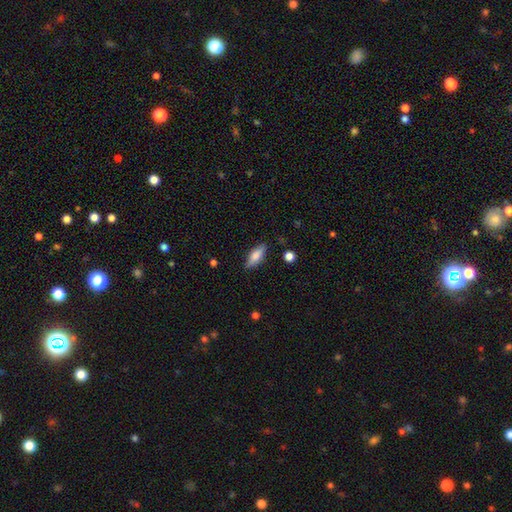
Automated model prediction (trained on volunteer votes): A smooth galaxy with no disk features (67%) that is in between round and cigar-shaped (62%).

Vote fractions:
- Smooth or featured? smooth: 67% / featured or disk: 26% / star or artifact: 7%
- How rounded? in between: 62% / cigar-shaped: 36% / round: 3%
- Merging? none: 84% / minor disturbance: 12% / major disturbance: 3% / merger: 2%